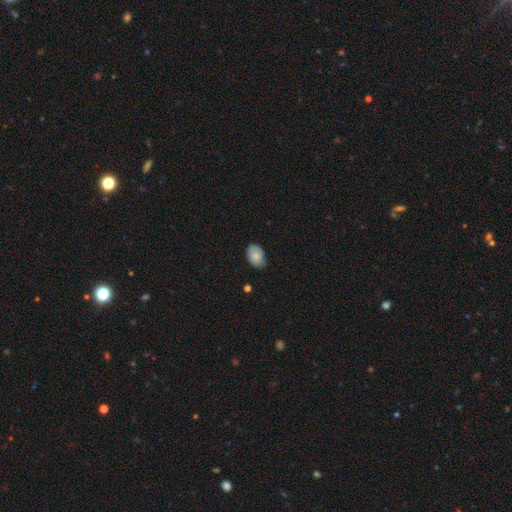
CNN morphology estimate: type=smooth (83%); roundness=in between (82%); merging=none (69%).